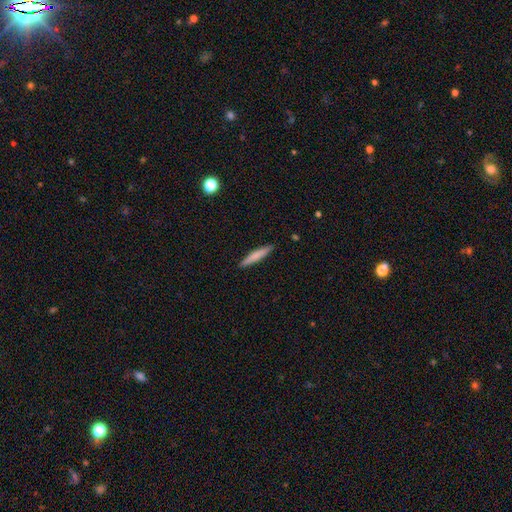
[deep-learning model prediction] smooth_or_featured: smooth (p=0.72) [alt: featured or disk p=0.23]
how_rounded: cigar-shaped (p=0.93) [alt: in between p=0.06]
merging: none (p=0.91) [alt: minor disturbance p=0.07]